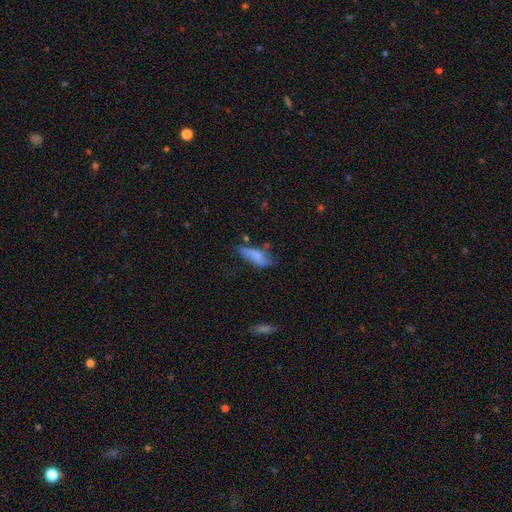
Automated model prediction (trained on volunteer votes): smooth 70%, featured or disk 22%, star or artifact 8%. Down the decision tree: how rounded — in between (60%); merging — none (44%).